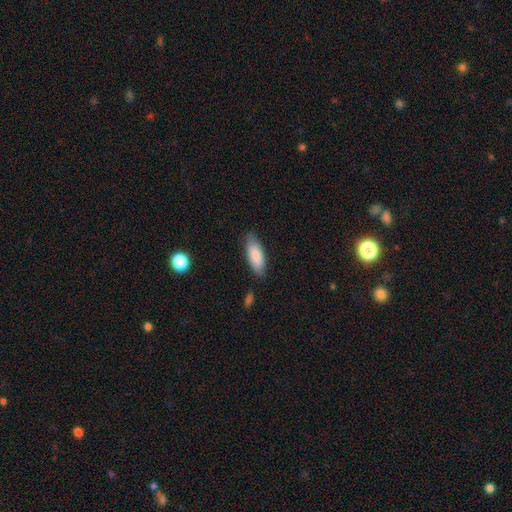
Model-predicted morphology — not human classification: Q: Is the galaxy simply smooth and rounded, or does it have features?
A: smooth — 85%.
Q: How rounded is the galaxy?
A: in between — 72%.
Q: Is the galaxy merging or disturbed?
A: none — 79%.